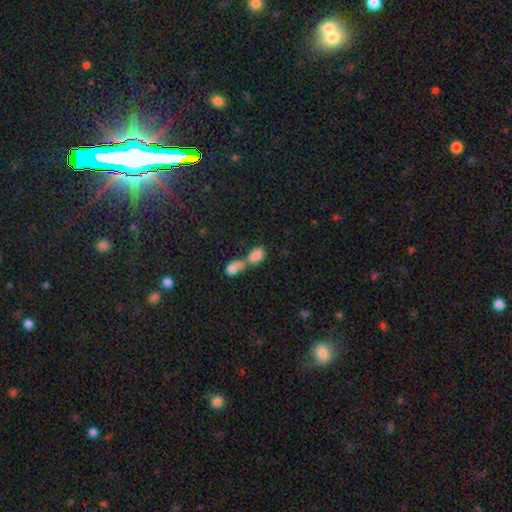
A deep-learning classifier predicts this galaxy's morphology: Overall: smooth (81%). How rounded: in between (84%). Merging: merger (69%).